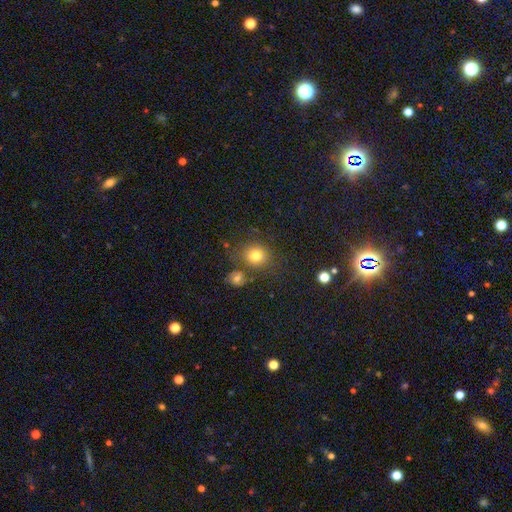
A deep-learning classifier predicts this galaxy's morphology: Q: Smooth or featured?
A: smooth (78%); runner-up: star or artifact (14%)
Q: How rounded?
A: round (83%); runner-up: in between (16%)
Q: Merging?
A: none (73%); runner-up: minor disturbance (11%)